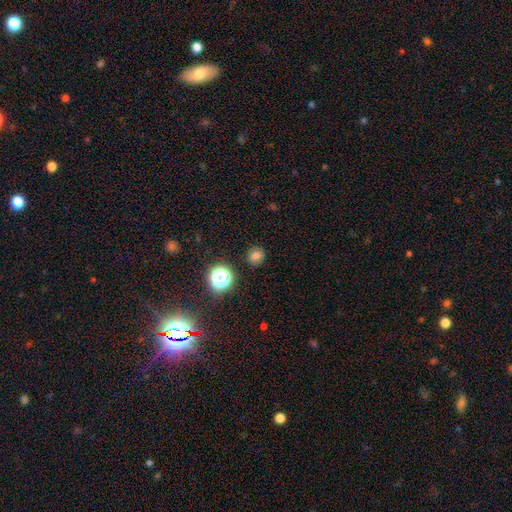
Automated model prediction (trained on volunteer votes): Q: Smooth or featured?
A: smooth (74%); runner-up: star or artifact (19%)
Q: How rounded?
A: round (80%); runner-up: in between (19%)
Q: Merging?
A: none (88%); runner-up: minor disturbance (8%)